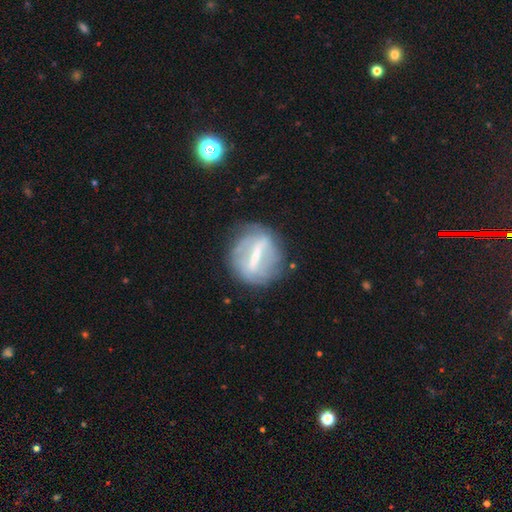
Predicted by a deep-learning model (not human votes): The model was most divided on "bulge size": small: 37%, moderate: 29%, none: 28%, large: 5%, dominant: 1%. More confident: edge-on disk — no (86%); bar — strong (77%); merging — none (71%); smooth or featured — featured or disk (69%); spiral arms — no (63%).